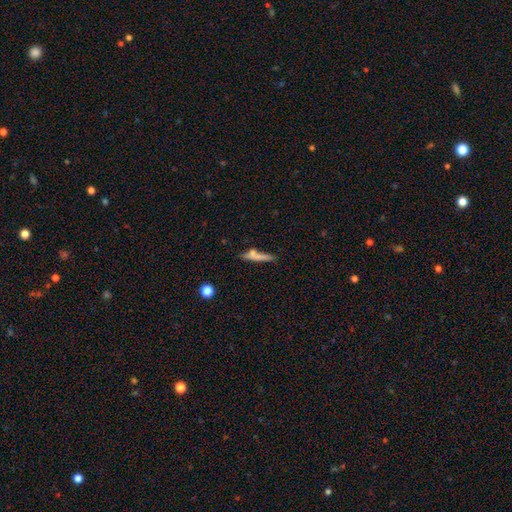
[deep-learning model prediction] Smooth or featured? smooth (65%)
How rounded? cigar-shaped (88%)
Merging? none (59%)